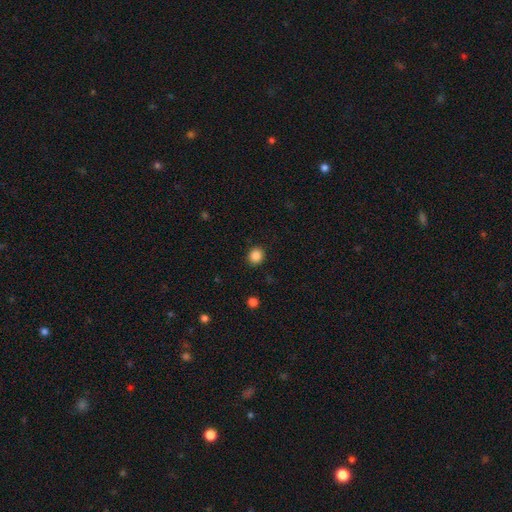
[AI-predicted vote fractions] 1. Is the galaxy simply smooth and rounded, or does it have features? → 86% smooth, 10% star or artifact, 4% featured or disk.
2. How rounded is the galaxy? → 84% round, 15% in between, 1% cigar-shaped.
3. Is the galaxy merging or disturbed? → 91% none, 6% minor disturbance, 2% major disturbance, 1% merger.